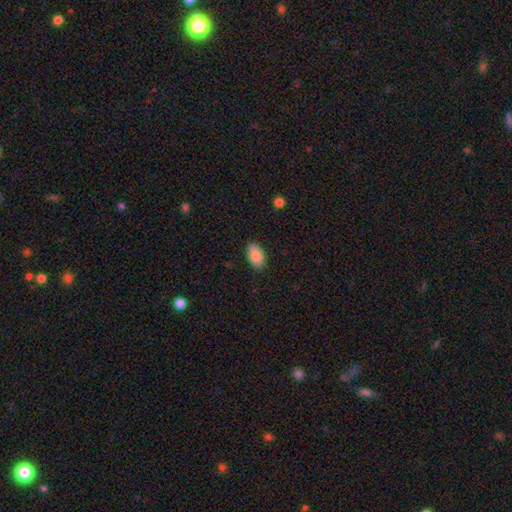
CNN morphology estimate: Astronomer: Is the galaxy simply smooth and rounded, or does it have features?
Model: smooth — 87%.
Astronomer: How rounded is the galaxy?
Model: in between — 93%.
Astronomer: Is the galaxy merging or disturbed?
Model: none — 85%.